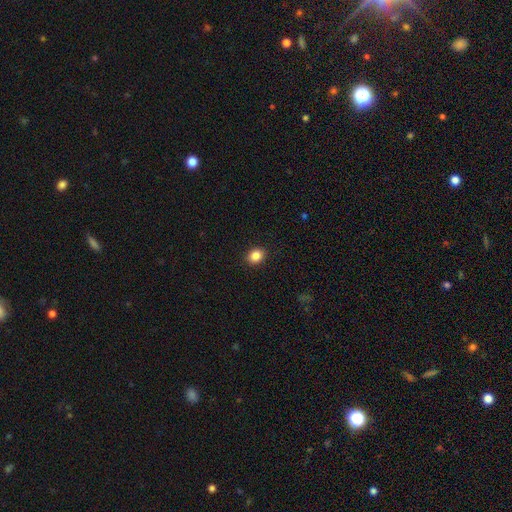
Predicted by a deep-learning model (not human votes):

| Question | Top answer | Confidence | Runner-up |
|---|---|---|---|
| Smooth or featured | smooth | 86% | star or artifact (10%) |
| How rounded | round | 57% | in between (42%) |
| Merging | none | 91% | minor disturbance (6%) |